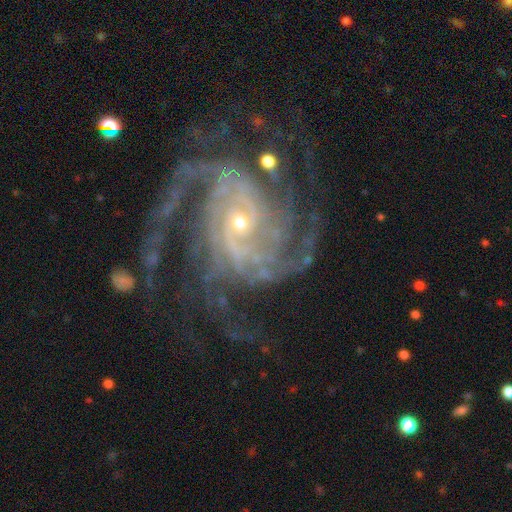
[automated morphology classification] featured or disk 92%, star or artifact 6%, smooth 3%. Down the decision tree: edge-on disk — no (98%); bar — no (56%); spiral arms — yes (98%); spiral arm count — 2 (29%); spiral winding — medium (45%); bulge size — small (76%); merging — none (64%).